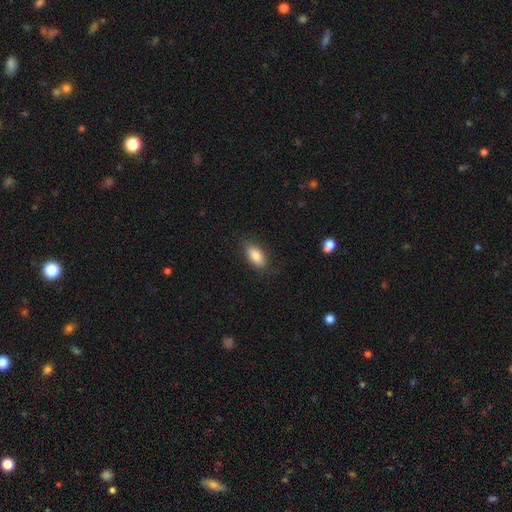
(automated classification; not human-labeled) This appears to be a smooth galaxy with no disk features (83%) that is in between round and cigar-shaped (87%). Merging: none (83%).